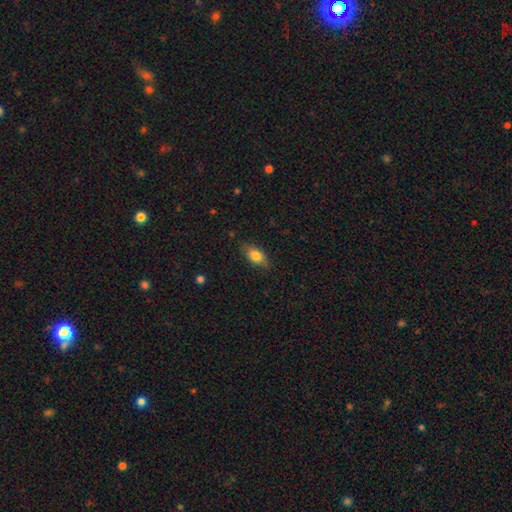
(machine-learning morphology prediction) Overall: smooth (79%). How rounded: in between (85%). Merging: none (79%).